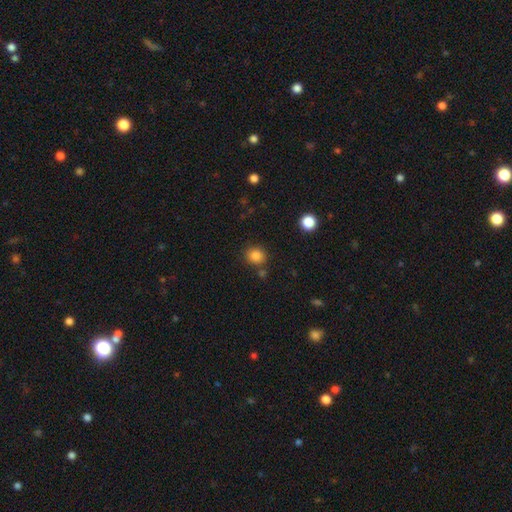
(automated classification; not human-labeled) Smooth or featured? smooth (84%)
How rounded? round (85%)
Merging? none (80%)